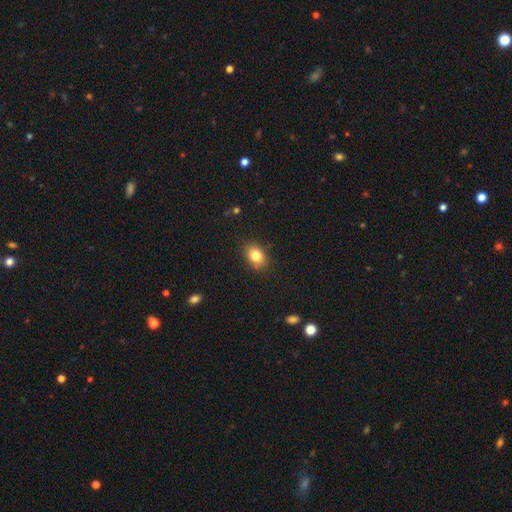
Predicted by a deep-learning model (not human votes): This appears to be a smooth galaxy with no disk features (83%) that is in between round and cigar-shaped (74%). Merging: none (86%).